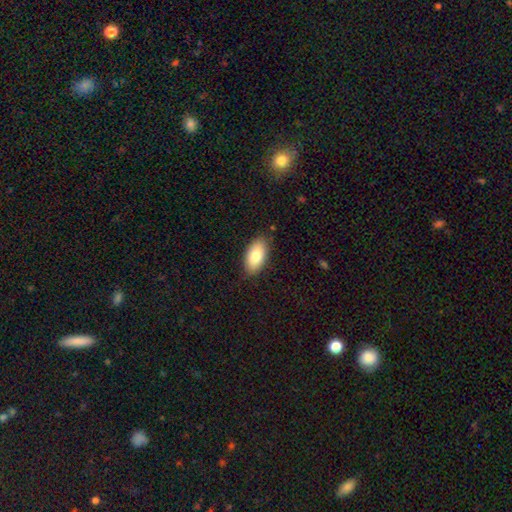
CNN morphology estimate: smooth 80%, featured or disk 13%, star or artifact 7%. Down the decision tree: how rounded — in between (93%); merging — none (85%).